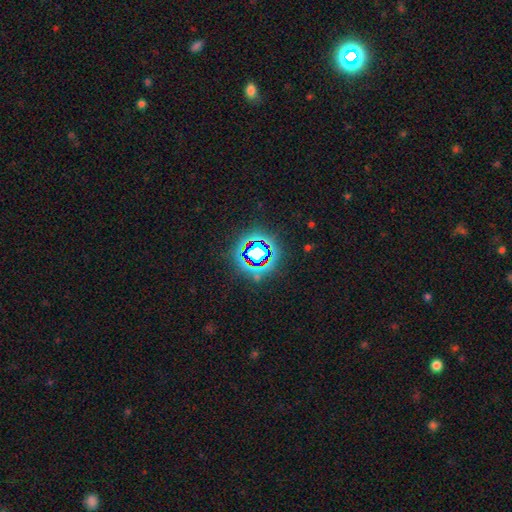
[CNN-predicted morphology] smooth-or-featured: star or artifact: 81% | smooth: 12% | featured or disk: 7%